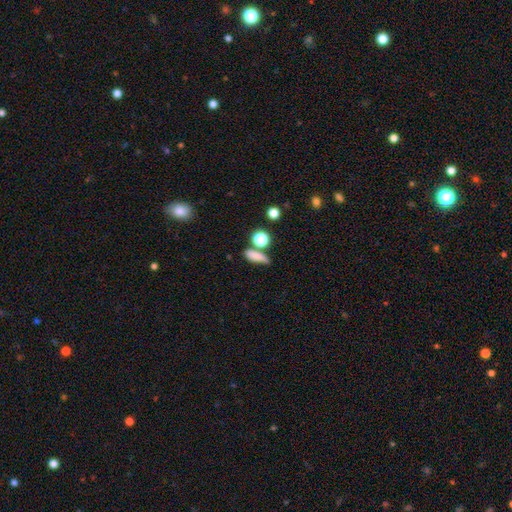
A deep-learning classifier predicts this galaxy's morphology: Smooth or featured? Predicted: smooth (p=0.76). How rounded? Predicted: in between (p=0.53). Merging? Predicted: none (p=0.52).